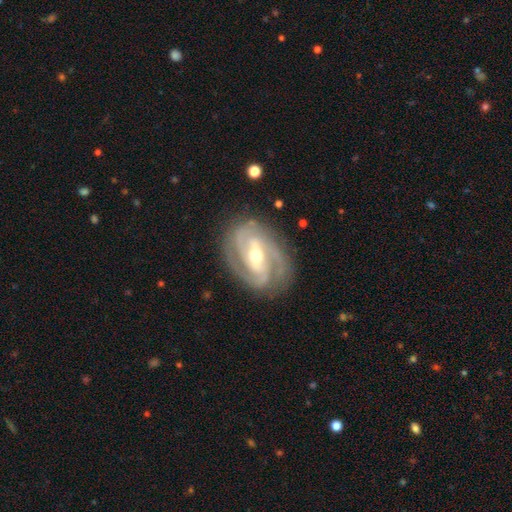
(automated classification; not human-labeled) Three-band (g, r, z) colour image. It shows a featured or disk galaxy (91%) with a strong bar (46%), 2 (39%) tight (59%) spiral arms (97%) and a moderate central bulge (60%). Merging: none (80%).